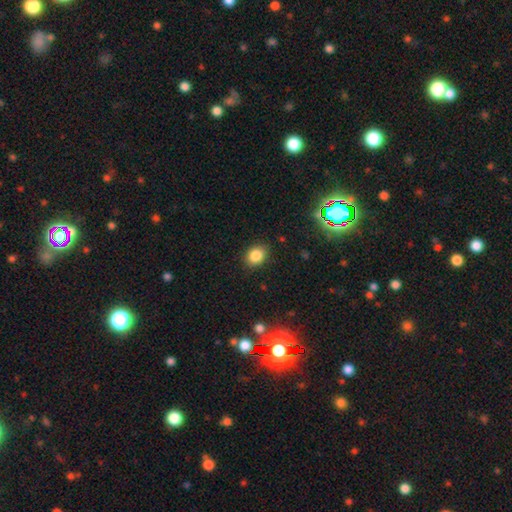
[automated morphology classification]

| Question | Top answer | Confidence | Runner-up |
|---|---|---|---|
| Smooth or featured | smooth | 85% | star or artifact (10%) |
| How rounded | in between | 51% | round (48%) |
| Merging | none | 87% | minor disturbance (10%) |